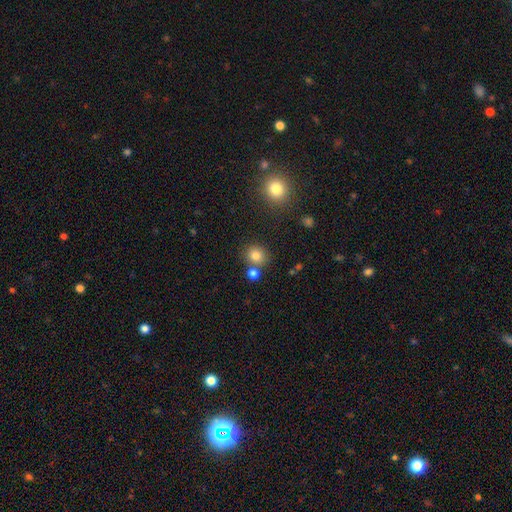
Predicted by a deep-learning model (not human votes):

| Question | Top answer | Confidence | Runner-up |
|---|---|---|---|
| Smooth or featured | smooth | 80% | star or artifact (13%) |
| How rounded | round | 82% | in between (17%) |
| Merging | none | 73% | merger (15%) |